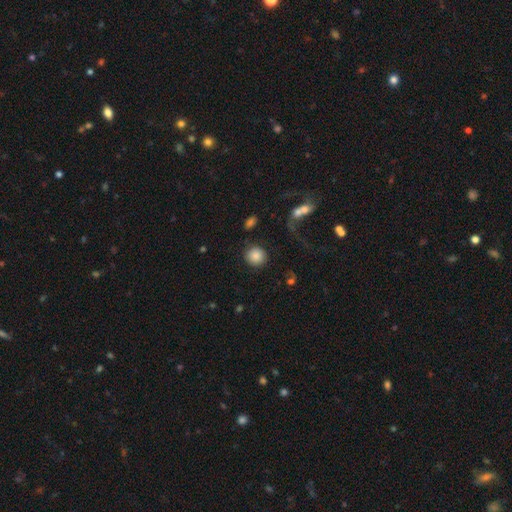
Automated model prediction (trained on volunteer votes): Smooth or featured? Predicted: smooth (p=0.84). How rounded? Predicted: round (p=0.92). Merging? Predicted: none (p=0.83).